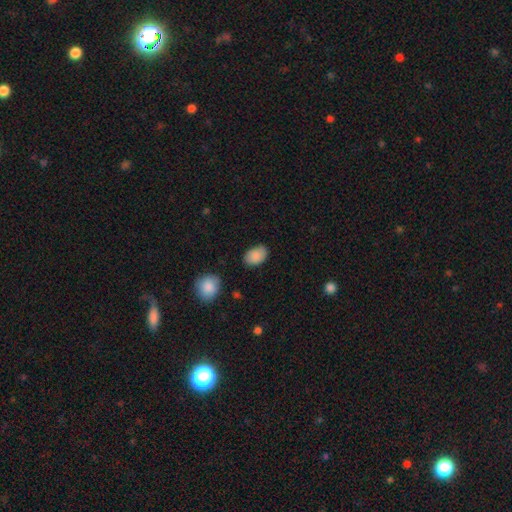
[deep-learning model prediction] A smooth galaxy with no disk features (88%) that is in between round and cigar-shaped (85%).

Vote fractions:
- Smooth or featured? smooth: 88% / star or artifact: 7% / featured or disk: 5%
- How rounded? in between: 85% / round: 14% / cigar-shaped: 1%
- Merging? none: 78% / minor disturbance: 17% / major disturbance: 3% / merger: 2%